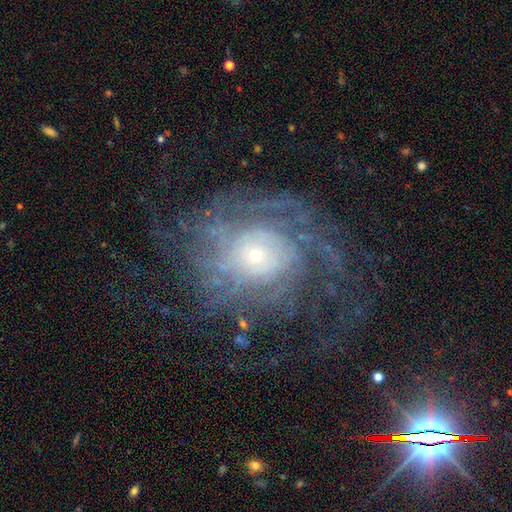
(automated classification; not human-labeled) Morphology: type=featured or disk (83%); edge-on=no (97%); bar=no (80%); spiral arms=yes (94%); winding=tight (62%); arm count=can't tell (33%); bulge=small (71%); merging=none (67%).